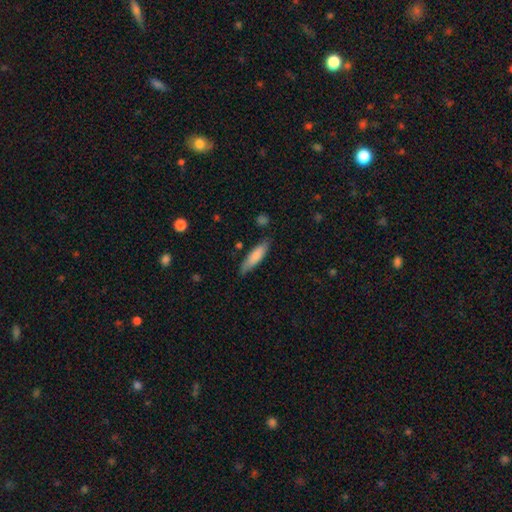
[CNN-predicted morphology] smooth-or-featured: smooth: 80% | featured or disk: 15% | star or artifact: 6%
  how-rounded: cigar-shaped: 67% | in between: 31% | round: 1%
  merging: none: 80% | minor disturbance: 16% | major disturbance: 3% | merger: 2%